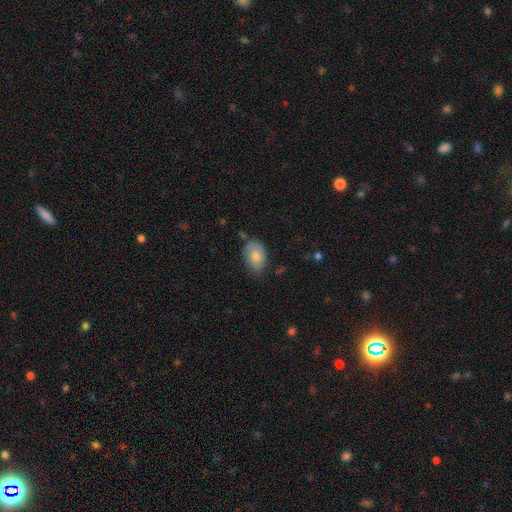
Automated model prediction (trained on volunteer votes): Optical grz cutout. It shows a smooth galaxy with no disk features (74%) that is in between round and cigar-shaped (87%). Merging: none (59%).